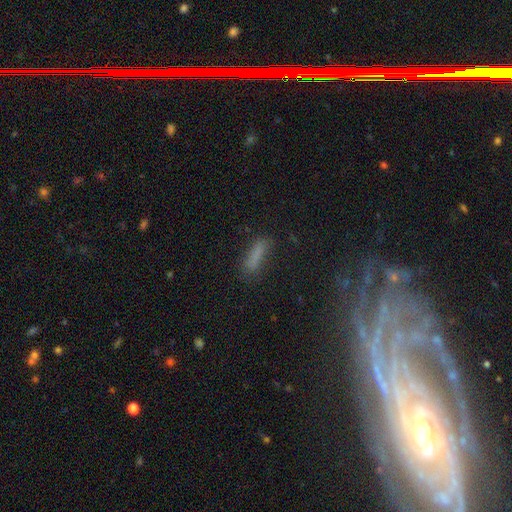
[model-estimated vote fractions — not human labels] A smooth galaxy with no disk features (77%) that is cigar-shaped (76%).

Vote fractions:
- Smooth or featured? smooth: 77% / star or artifact: 12% / featured or disk: 11%
- How rounded? cigar-shaped: 76% / in between: 21% / round: 2%
- Merging? none: 77% / minor disturbance: 15% / major disturbance: 5% / merger: 3%